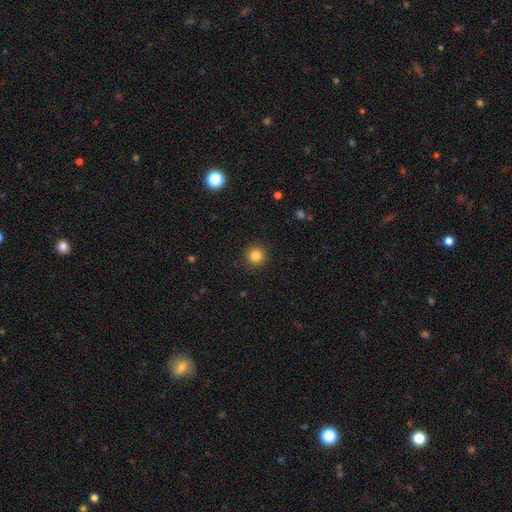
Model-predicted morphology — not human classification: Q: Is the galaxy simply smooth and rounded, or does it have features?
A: smooth — 84%.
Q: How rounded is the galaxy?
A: round — 95%.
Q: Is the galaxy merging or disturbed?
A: none — 91%.